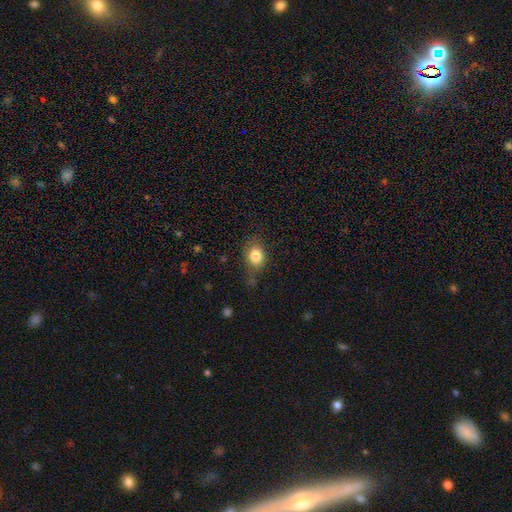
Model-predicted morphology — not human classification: This is clearly a smooth galaxy (81%). How rounded: possibly in between (51%). Merging: likely none (64%).